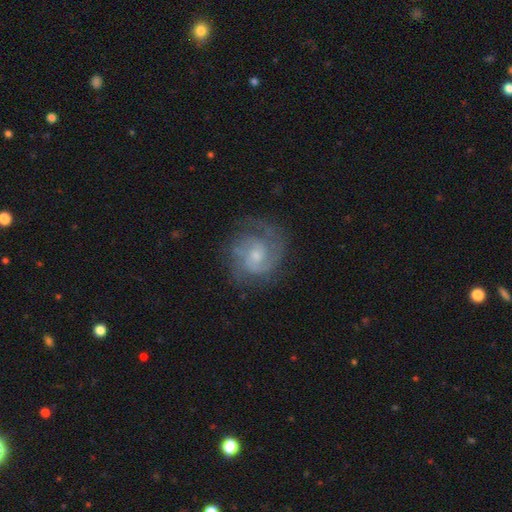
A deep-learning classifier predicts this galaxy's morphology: The model was most divided on "spiral winding": tight: 46%, medium: 43%, loose: 12%. More confident: edge-on disk — no (98%); spiral arms — yes (95%); smooth or featured — featured or disk (83%); merging — none (72%); bar — no (61%); bulge size — small (60%); spiral arm count — 2 (52%).